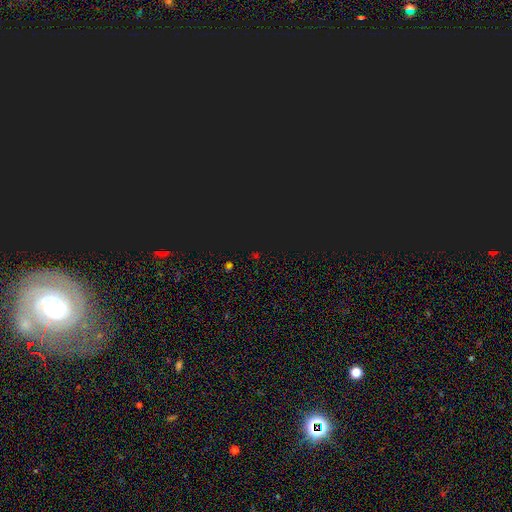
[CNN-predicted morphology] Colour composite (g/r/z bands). It shows a star or artifact, not a galaxy (74%).